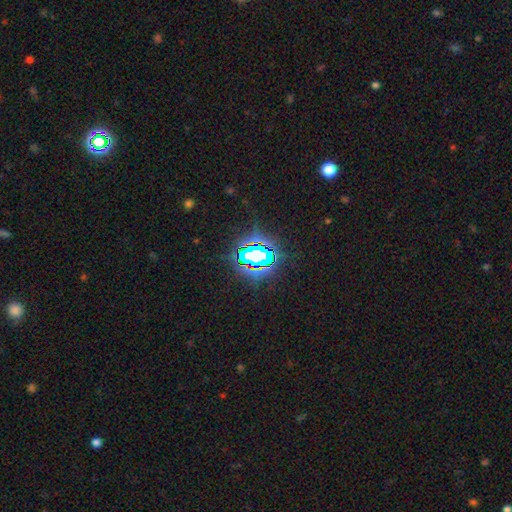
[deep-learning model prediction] Smooth or featured? Predicted: star or artifact (p=0.72).